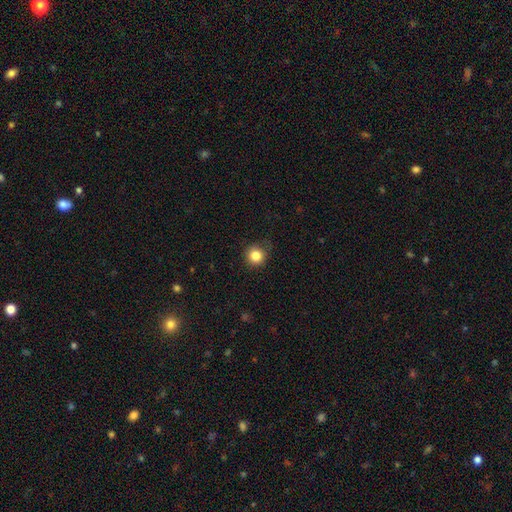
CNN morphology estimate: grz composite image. It shows a smooth galaxy with no disk features (84%) that is round (92%). Merging: none (82%).